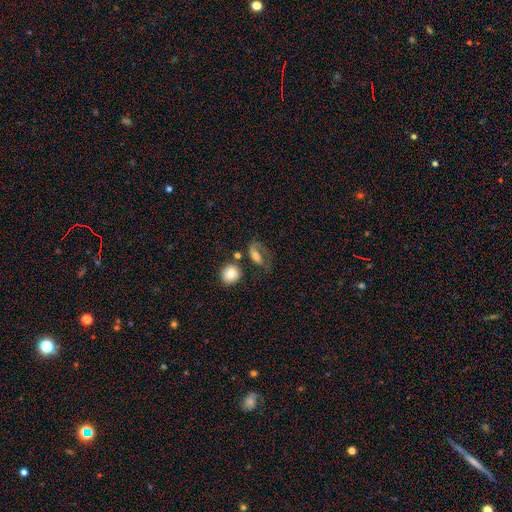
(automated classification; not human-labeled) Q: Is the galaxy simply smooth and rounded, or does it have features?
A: smooth — 63%.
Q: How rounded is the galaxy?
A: in between — 73%.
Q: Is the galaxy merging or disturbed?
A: none — 36%.